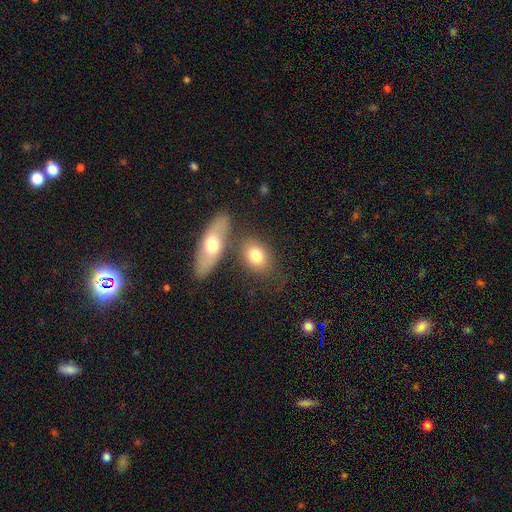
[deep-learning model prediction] The model was most divided on "how rounded": in between: 67%, round: 30%, cigar-shaped: 3%. More confident: smooth or featured — smooth (75%); merging — none (61%).